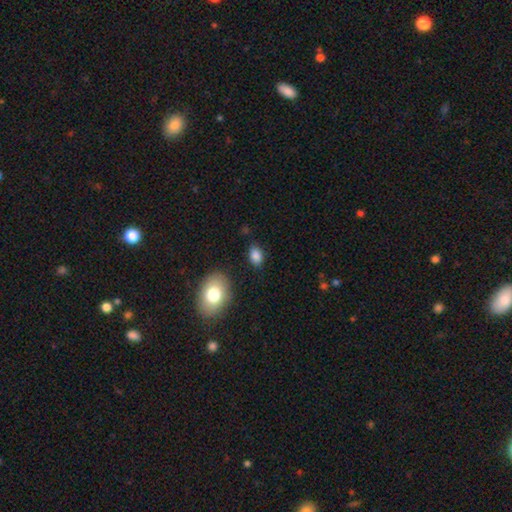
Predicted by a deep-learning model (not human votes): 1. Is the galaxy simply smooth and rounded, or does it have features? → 86% smooth, 9% star or artifact, 5% featured or disk.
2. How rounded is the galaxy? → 83% in between, 16% round, 2% cigar-shaped.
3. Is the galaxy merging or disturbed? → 83% none, 12% minor disturbance, 3% major disturbance, 2% merger.